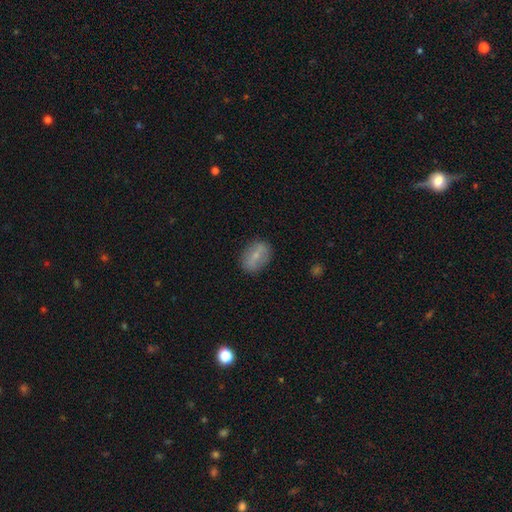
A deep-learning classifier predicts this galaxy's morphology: Overall: smooth (61%; featured or disk 31%). How rounded: in between (76%). Merging: none (84%).